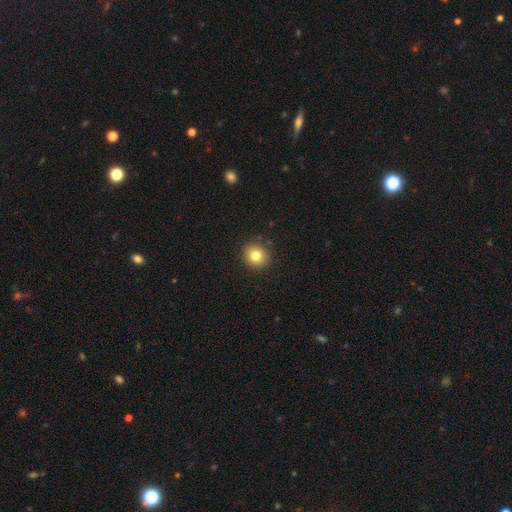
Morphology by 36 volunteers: smooth 83%, featured or disk 11%, star or artifact 6%. Down the decision tree: how rounded — round (83%); merging — none (88%).